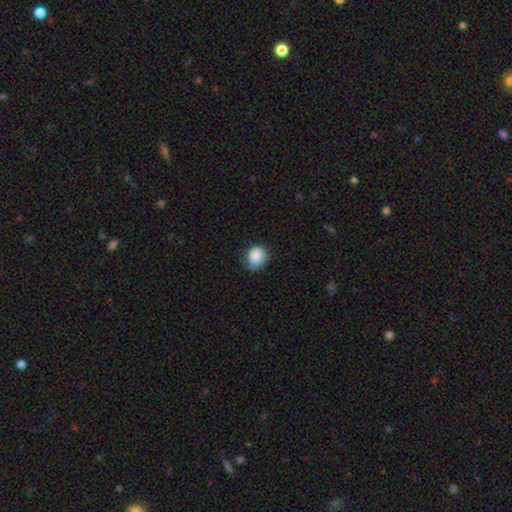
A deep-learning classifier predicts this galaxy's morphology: type=smooth (87%); roundness=round (62%); merging=none (64%).